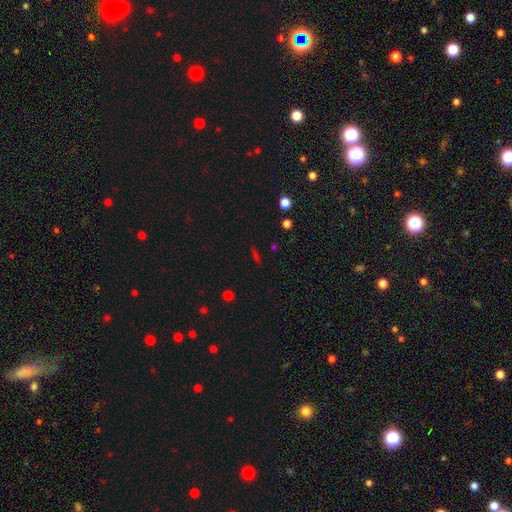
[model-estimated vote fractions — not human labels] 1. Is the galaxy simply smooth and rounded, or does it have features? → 45% smooth, 38% star or artifact, 17% featured or disk.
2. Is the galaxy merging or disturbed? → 85% none, 9% minor disturbance, 4% major disturbance, 3% merger.